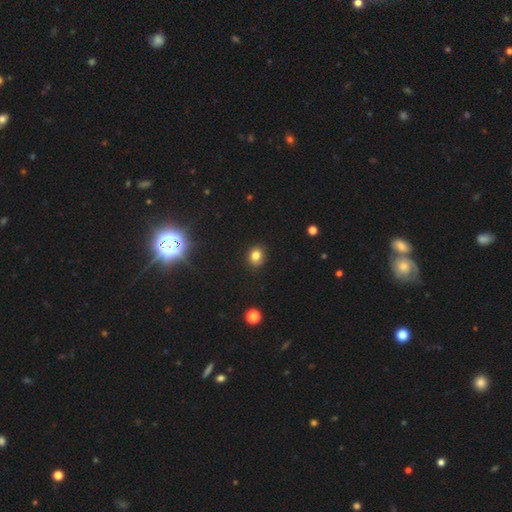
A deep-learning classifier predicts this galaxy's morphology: type=smooth (80%); roundness=round (67%); merging=none (88%).